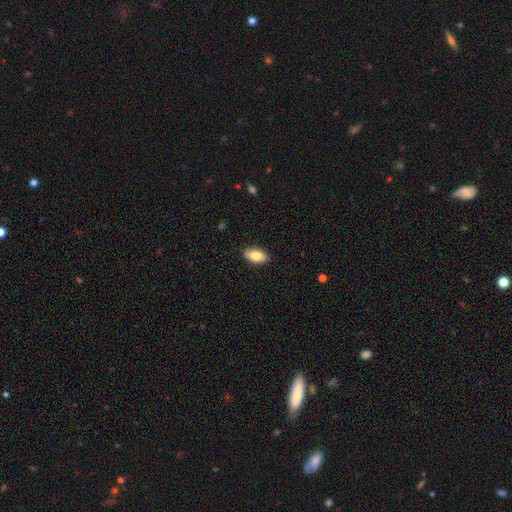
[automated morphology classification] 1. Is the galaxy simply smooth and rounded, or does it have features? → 84% smooth, 9% featured or disk, 6% star or artifact.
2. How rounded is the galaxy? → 92% in between, 5% cigar-shaped, 3% round.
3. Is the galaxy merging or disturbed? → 88% none, 9% minor disturbance, 2% major disturbance, 1% merger.